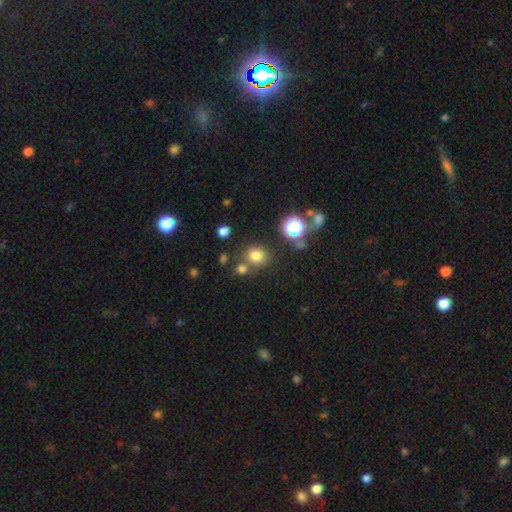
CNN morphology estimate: Smooth or featured? Predicted: smooth (p=0.75). How rounded? Predicted: round (p=0.78). Merging? Predicted: none (p=0.72).